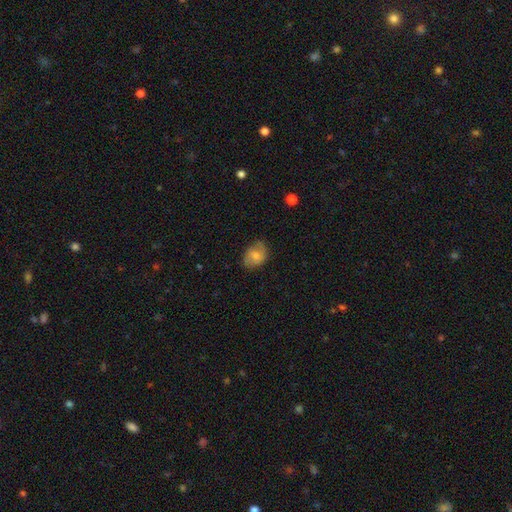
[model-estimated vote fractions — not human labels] Overall: smooth (65%; featured or disk 27%). How rounded: in between (68%; round 31%). Merging: none (69%).